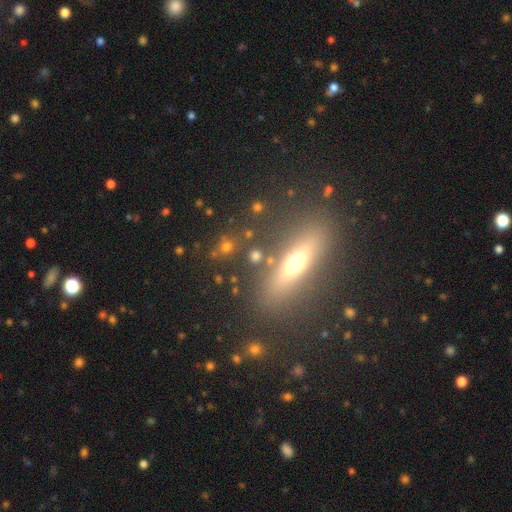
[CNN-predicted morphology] A smooth galaxy with no disk features (61%) that is round (51%). Merging: none (81%).